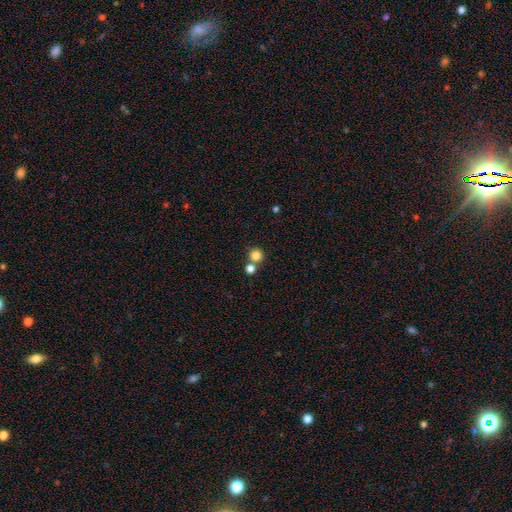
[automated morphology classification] Smooth or featured? smooth (82%)
How rounded? round (94%)
Merging? none (66%)